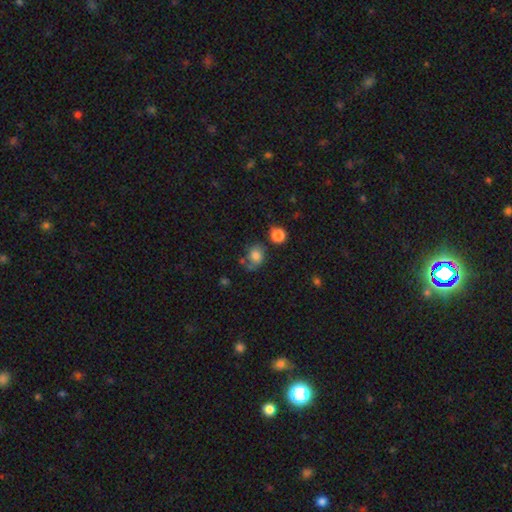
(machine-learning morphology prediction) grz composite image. It shows a smooth galaxy with no disk features (77%) that is round (56%). Merging: none (51%).